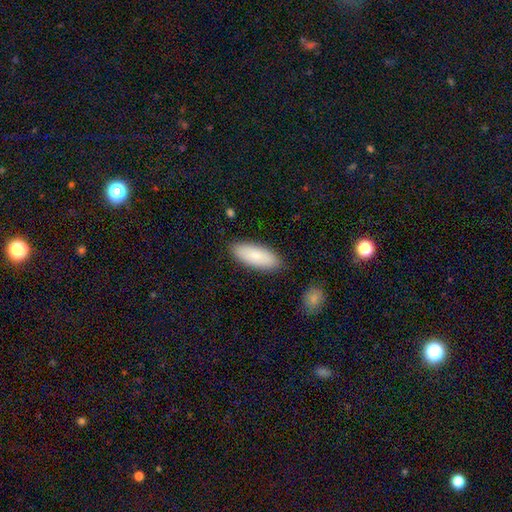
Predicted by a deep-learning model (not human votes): A smooth galaxy with no disk features (80%) that is in between round and cigar-shaped (81%).

Vote fractions:
- Smooth or featured? smooth: 80% / featured or disk: 14% / star or artifact: 6%
- How rounded? in between: 81% / cigar-shaped: 17% / round: 2%
- Merging? none: 87% / minor disturbance: 10% / major disturbance: 2% / merger: 2%